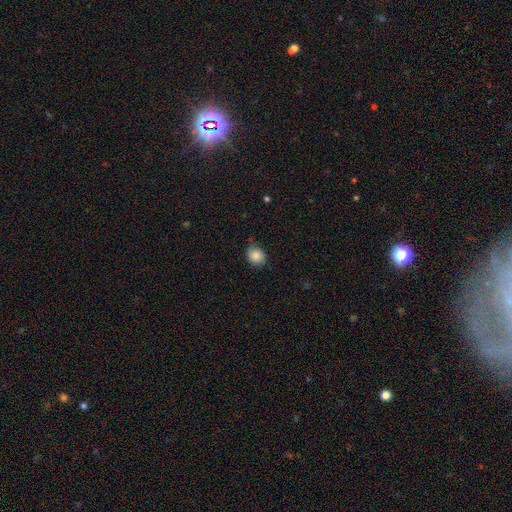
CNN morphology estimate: Q: Smooth or featured?
A: smooth (83%); runner-up: featured or disk (9%)
Q: How rounded?
A: round (59%); runner-up: in between (40%)
Q: Merging?
A: none (73%); runner-up: minor disturbance (22%)